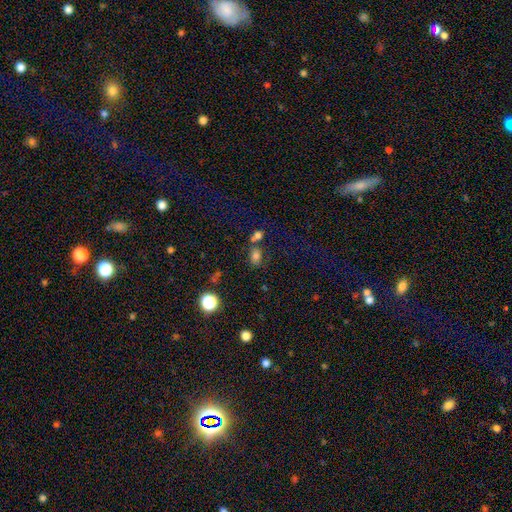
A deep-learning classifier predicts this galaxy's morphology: Smooth or featured? Predicted: smooth (p=0.74). How rounded? Predicted: in between (p=0.64). Merging? Predicted: none (p=0.54).